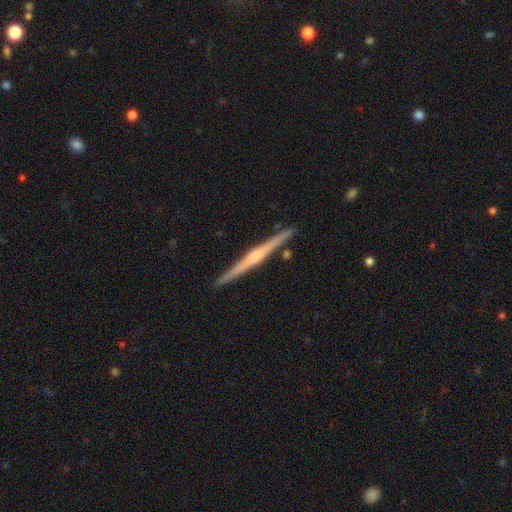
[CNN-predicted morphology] smooth-or-featured: featured or disk: 77% | smooth: 19% | star or artifact: 5%
  disk-edge-on: yes: 99% | no: 1%
    edge-on-bulge: rounded: 68% | none: 18% | boxy: 14%
  merging: none: 91% | minor disturbance: 6% | merger: 2% | major disturbance: 1%